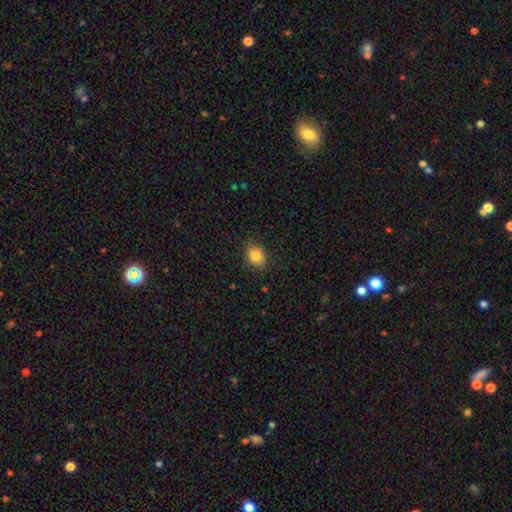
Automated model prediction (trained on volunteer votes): smooth_or_featured: smooth (p=0.84) [alt: star or artifact p=0.10]
how_rounded: in between (p=0.50) [alt: round p=0.49]
merging: none (p=0.87) [alt: minor disturbance p=0.09]